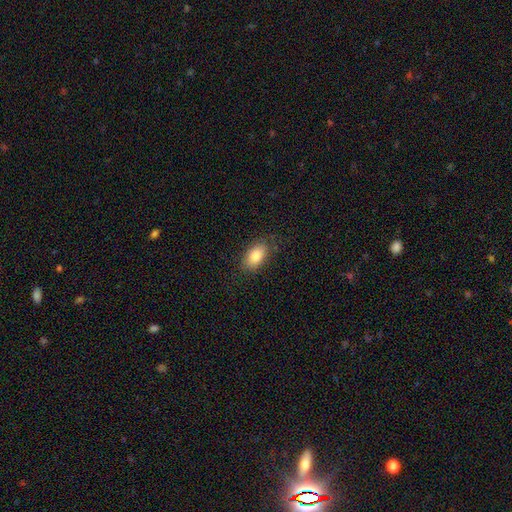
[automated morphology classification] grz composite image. It shows a smooth galaxy with no disk features (82%) that is in between round and cigar-shaped (91%). Merging: none (82%).